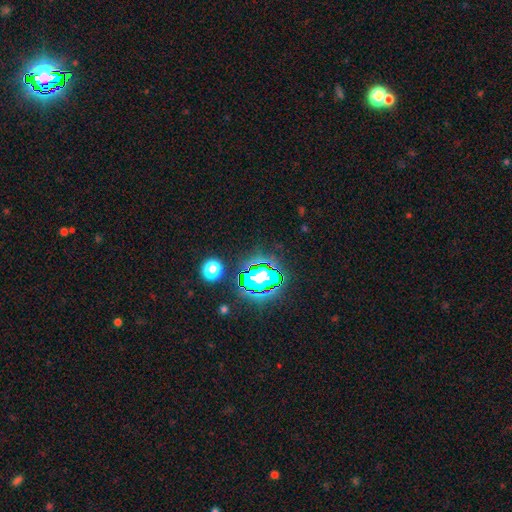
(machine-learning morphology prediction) star or artifact 81%, smooth 12%, featured or disk 7%.